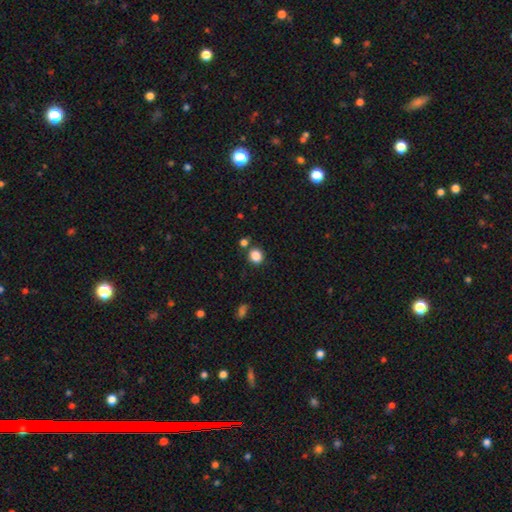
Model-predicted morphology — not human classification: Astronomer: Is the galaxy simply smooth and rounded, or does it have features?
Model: smooth — 85%.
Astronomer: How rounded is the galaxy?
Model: round — 79%.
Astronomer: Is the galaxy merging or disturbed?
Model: none — 79%.